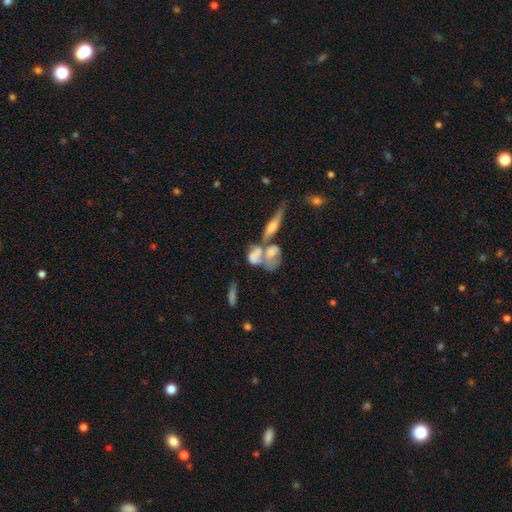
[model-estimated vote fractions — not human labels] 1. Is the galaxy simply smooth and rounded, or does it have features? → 46% smooth, 44% featured or disk, 10% star or artifact.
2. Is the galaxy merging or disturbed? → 62% merger, 17% none, 11% major disturbance, 9% minor disturbance.